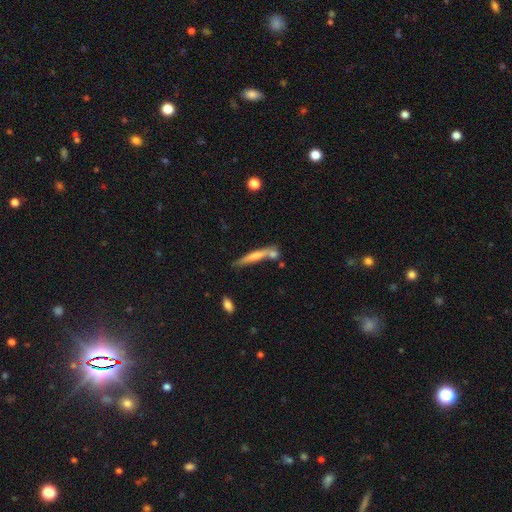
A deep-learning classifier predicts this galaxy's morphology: This appears to be a smooth galaxy with no disk features (57%) that is cigar-shaped (93%). Merging: none (58%).